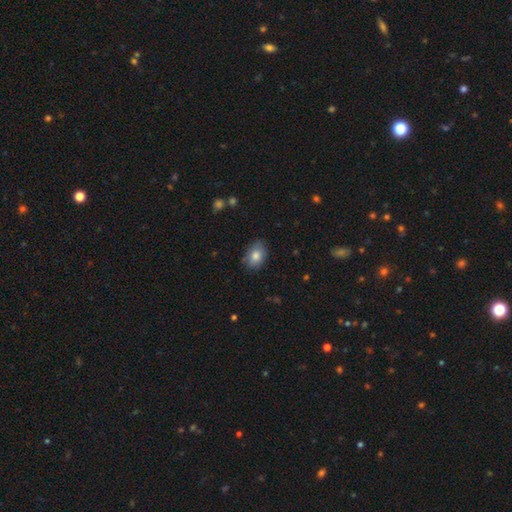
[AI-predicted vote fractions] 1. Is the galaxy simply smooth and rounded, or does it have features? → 80% smooth, 12% featured or disk, 8% star or artifact.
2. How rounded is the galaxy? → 80% in between, 19% round, 1% cigar-shaped.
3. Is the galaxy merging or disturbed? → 78% none, 17% minor disturbance, 3% major disturbance, 1% merger.